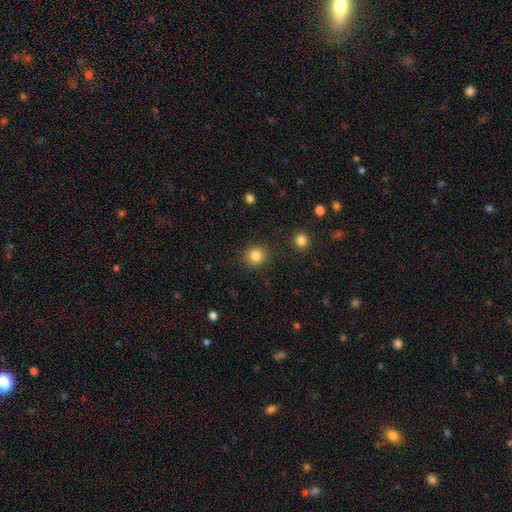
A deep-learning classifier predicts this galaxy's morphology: Overall: smooth (84%). How rounded: round (89%). Merging: none (90%).